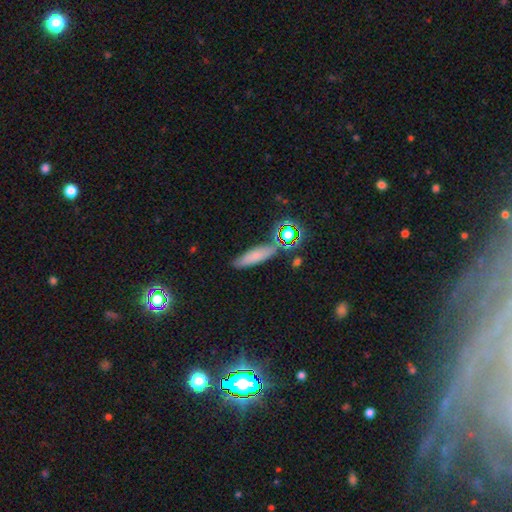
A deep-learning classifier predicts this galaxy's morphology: This appears to be a smooth galaxy with no disk features (65%) that is cigar-shaped (66%). Merging: none (75%).